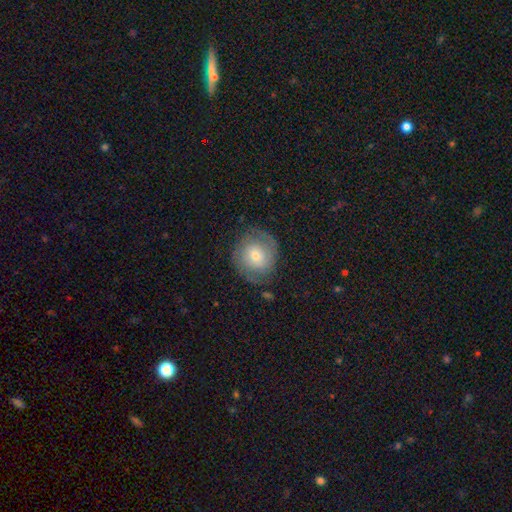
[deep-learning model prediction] A featured or disk galaxy (59%) with no bar (70%), spiral arms (81%) and a small central bulge (49%).

Vote fractions:
- Smooth or featured? featured or disk: 59% / smooth: 33% / star or artifact: 8%
- Edge-on disk? no: 97% / yes: 3%
- Bar? no: 70% / weak: 24% / strong: 6%
- Spiral arms? yes: 81% / no: 19%
- Bulge size? small: 49% / moderate: 44% / large: 5% / none: 1% / dominant: 1%
- Merging? none: 75% / minor disturbance: 15% / major disturbance: 8% / merger: 1%